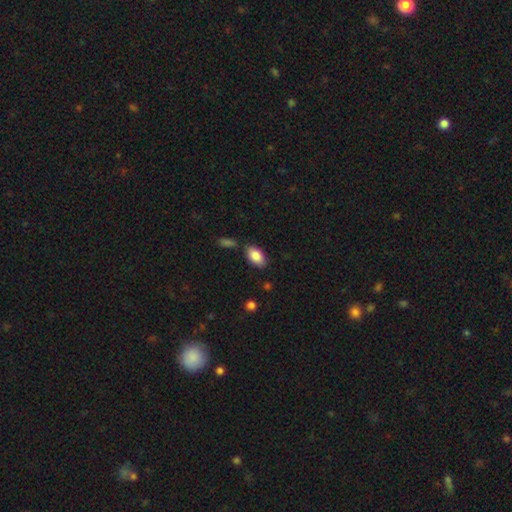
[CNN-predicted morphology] Smooth or featured: smooth — 86% (featured or disk — 7%)
How rounded: in between — 94% (round — 4%)
Merging: none — 77% (minor disturbance — 13%)